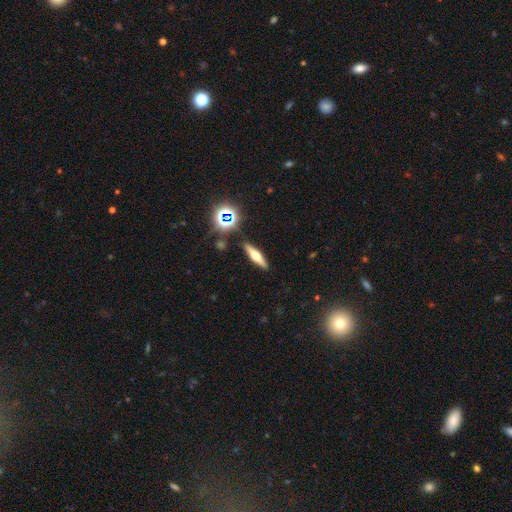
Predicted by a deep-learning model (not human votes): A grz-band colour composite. It shows a featured or disk galaxy (53%) viewed edge-on (92%). Merging: none (89%).